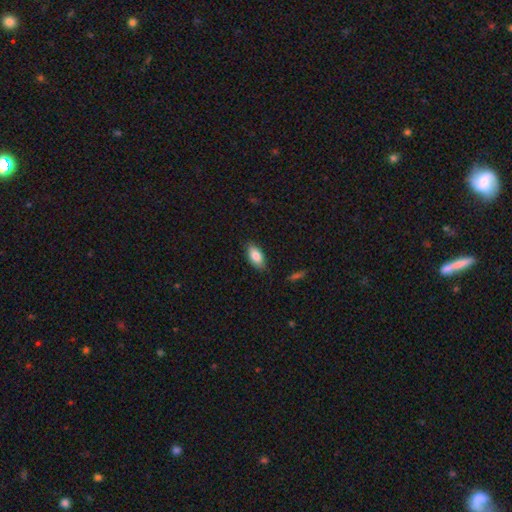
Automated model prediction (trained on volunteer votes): A smooth galaxy with no disk features (84%) that is in between round and cigar-shaped (90%).

Vote fractions:
- Smooth or featured? smooth: 84% / featured or disk: 10% / star or artifact: 7%
- How rounded? in between: 90% / cigar-shaped: 8% / round: 2%
- Merging? none: 86% / minor disturbance: 11% / major disturbance: 2% / merger: 1%